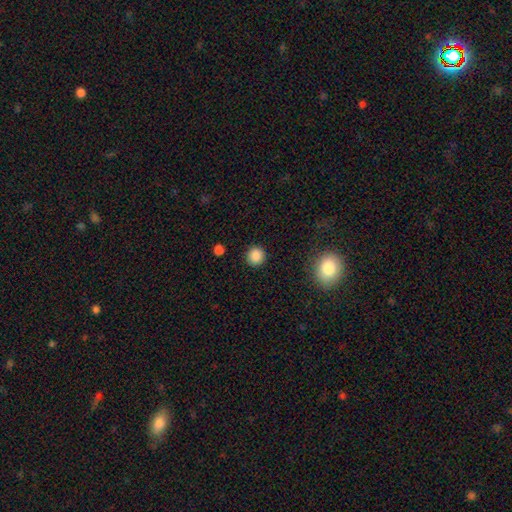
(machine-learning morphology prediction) smooth-or-featured: smooth: 86% | star or artifact: 10% | featured or disk: 3%
  how-rounded: round: 92% | in between: 7% | cigar-shaped: 1%
  merging: none: 91% | minor disturbance: 6% | major disturbance: 2% | merger: 1%